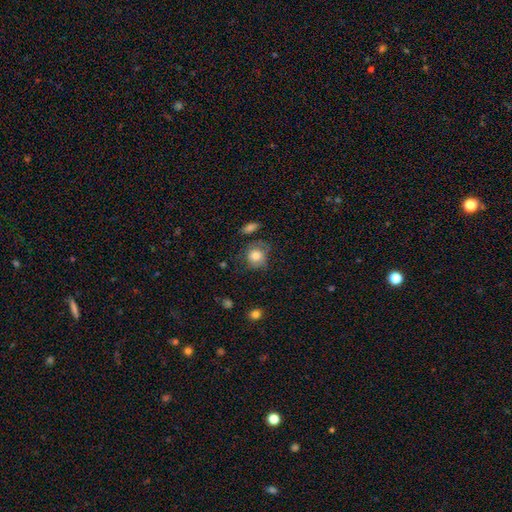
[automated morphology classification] This is likely a smooth galaxy (78%). How rounded: likely round (79%). Merging: possibly none (58%).